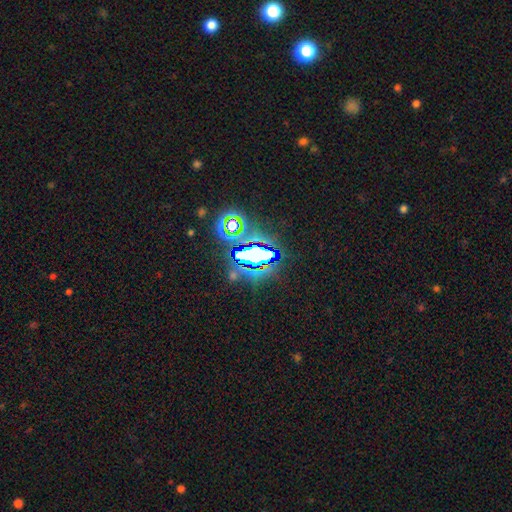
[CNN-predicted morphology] type=star or artifact (74%).